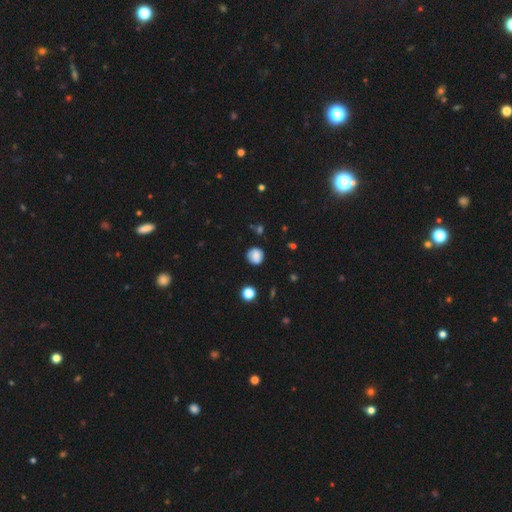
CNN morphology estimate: This is likely a smooth galaxy (79%). How rounded: clearly round (91%). Merging: clearly none (82%).